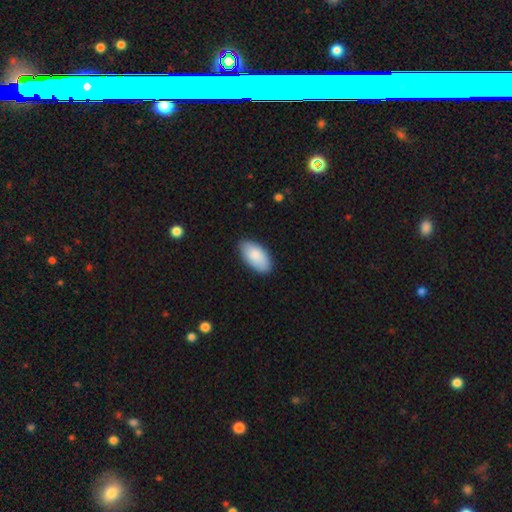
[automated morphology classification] Overall: smooth (88%). How rounded: in between (95%). Merging: none (85%).